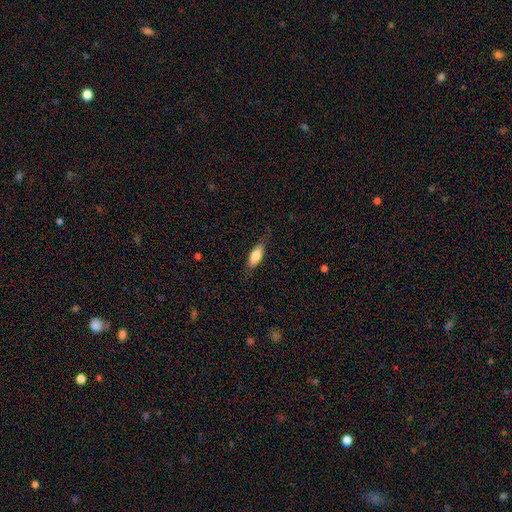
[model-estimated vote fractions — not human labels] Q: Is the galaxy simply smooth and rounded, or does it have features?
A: smooth — 77%.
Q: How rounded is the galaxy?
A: in between — 71%.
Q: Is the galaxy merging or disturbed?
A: none — 79%.